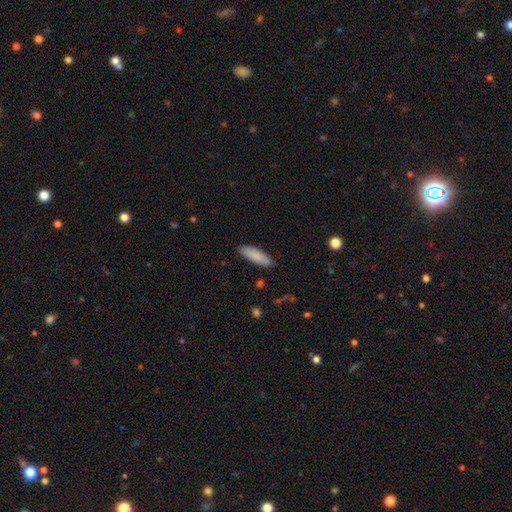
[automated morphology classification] A smooth galaxy with no disk features (87%) that is in between round and cigar-shaped (50%).

Vote fractions:
- Smooth or featured? smooth: 87% / featured or disk: 7% / star or artifact: 6%
- How rounded? in between: 50% / cigar-shaped: 49% / round: 1%
- Merging? none: 86% / minor disturbance: 10% / major disturbance: 2% / merger: 1%